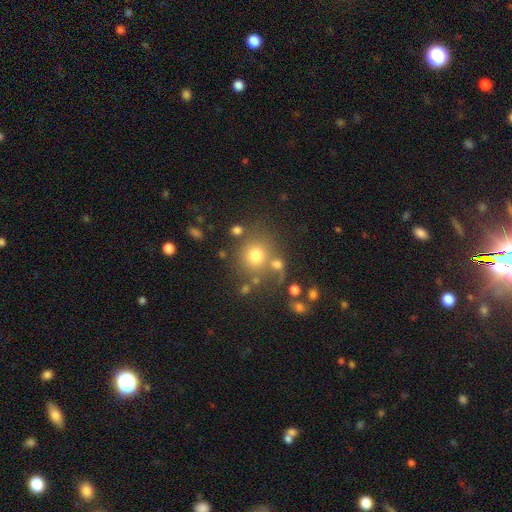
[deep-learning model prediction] Smooth or featured: smooth — 73% (star or artifact — 16%)
How rounded: round — 87% (in between — 13%)
Merging: none — 68% (merger — 15%)